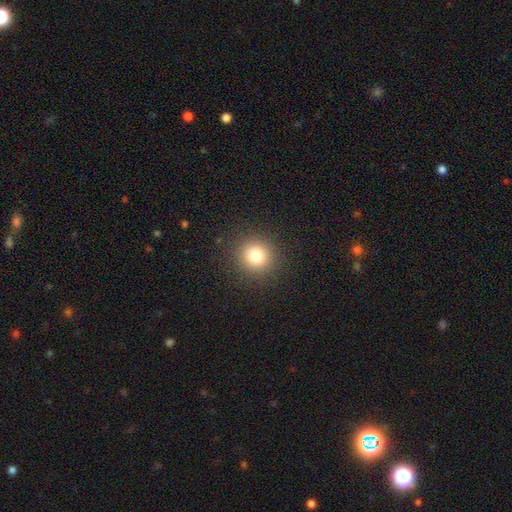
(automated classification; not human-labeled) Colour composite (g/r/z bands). It shows a smooth galaxy with no disk features (79%) that is round (94%). Merging: none (91%).